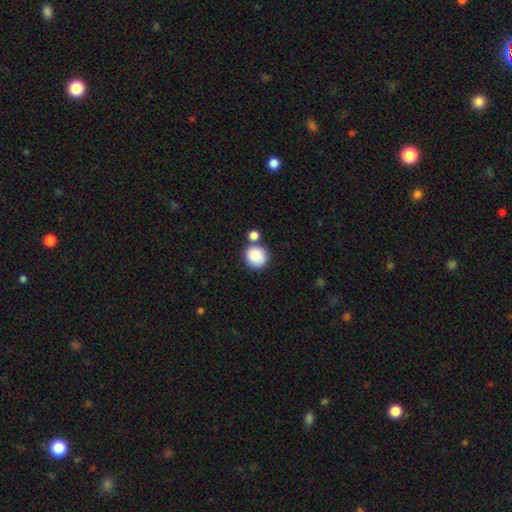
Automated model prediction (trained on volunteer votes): This is clearly a smooth galaxy (86%). How rounded: clearly round (86%). Merging: likely none (64%).